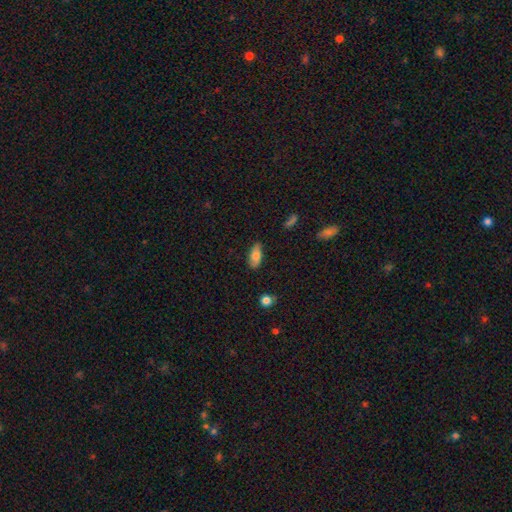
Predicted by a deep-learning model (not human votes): smooth-or-featured: smooth: 74% | featured or disk: 19% | star or artifact: 7%
  how-rounded: in between: 80% | cigar-shaped: 17% | round: 3%
  merging: none: 76% | minor disturbance: 19% | major disturbance: 3% | merger: 2%